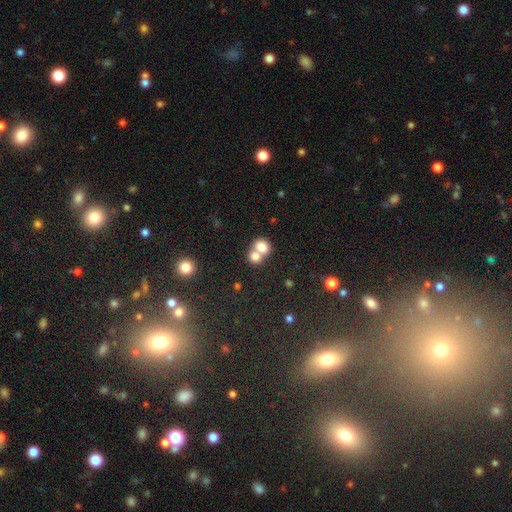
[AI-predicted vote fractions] Q: Smooth or featured?
A: smooth (77%); runner-up: featured or disk (13%)
Q: How rounded?
A: round (64%); runner-up: in between (35%)
Q: Merging?
A: merger (66%); runner-up: none (26%)